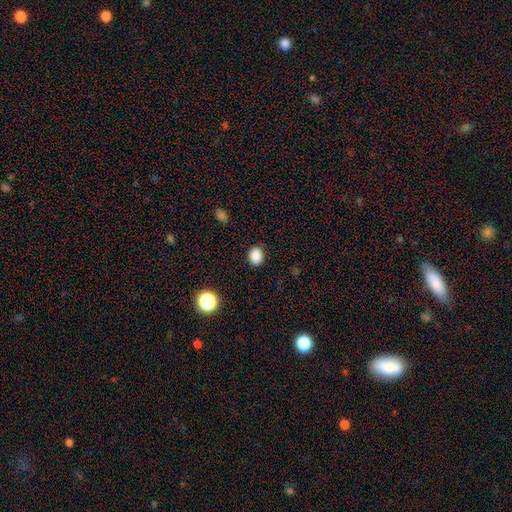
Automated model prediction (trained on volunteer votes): Smooth or featured: smooth — 86% (star or artifact — 11%)
How rounded: in between — 54% (round — 45%)
Merging: none — 88% (minor disturbance — 9%)